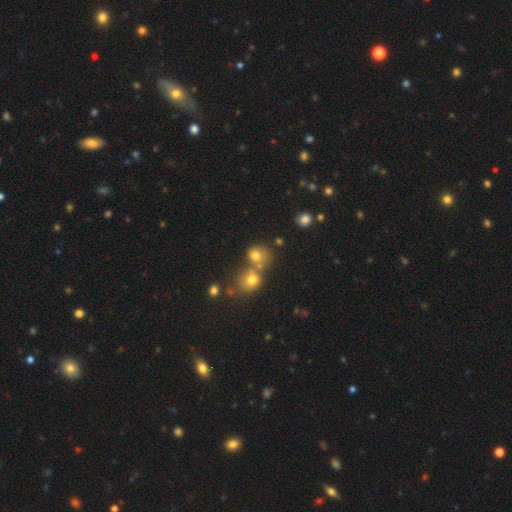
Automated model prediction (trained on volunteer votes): This is likely a smooth galaxy (73%). How rounded: likely round (73%). Merging: marginally merger (44%).